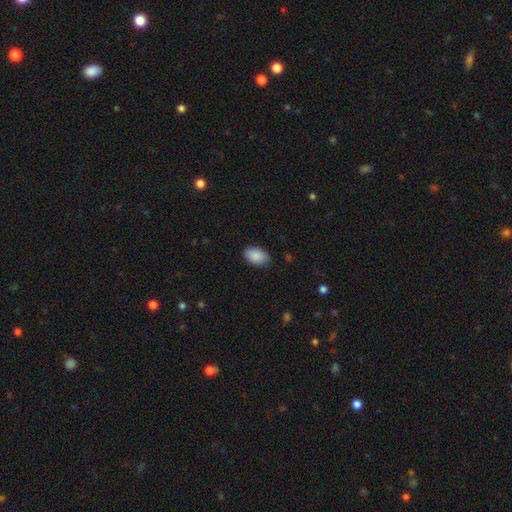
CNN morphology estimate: Overall: smooth (89%). How rounded: in between (93%). Merging: none (87%).